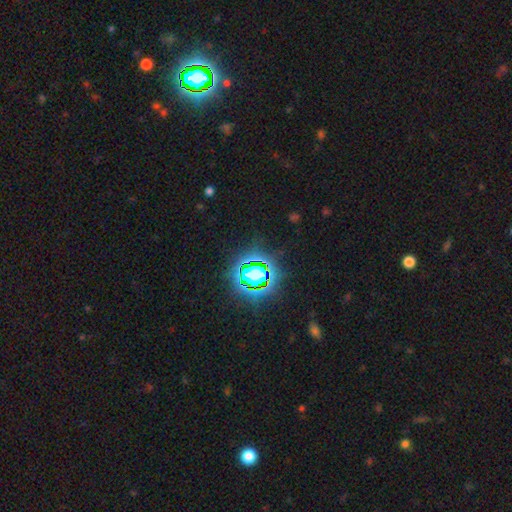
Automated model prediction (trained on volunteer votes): A star or artifact, not a galaxy (77%).

Vote fractions:
- Smooth or featured? star or artifact: 77% / smooth: 15% / featured or disk: 8%